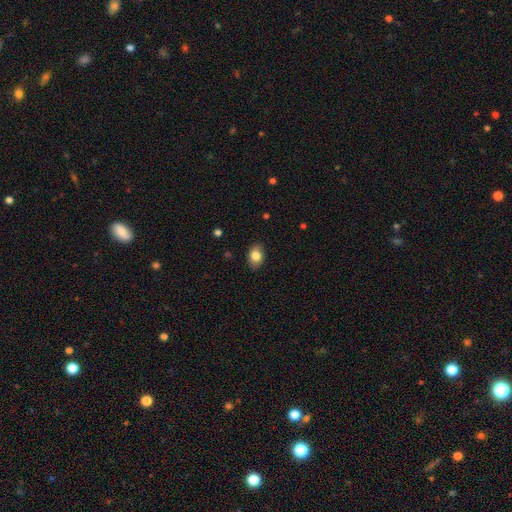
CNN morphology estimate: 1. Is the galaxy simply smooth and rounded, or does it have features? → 83% smooth, 9% featured or disk, 8% star or artifact.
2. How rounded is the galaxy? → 78% in between, 21% round, 1% cigar-shaped.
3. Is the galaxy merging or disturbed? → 86% none, 11% minor disturbance, 2% major disturbance, 1% merger.